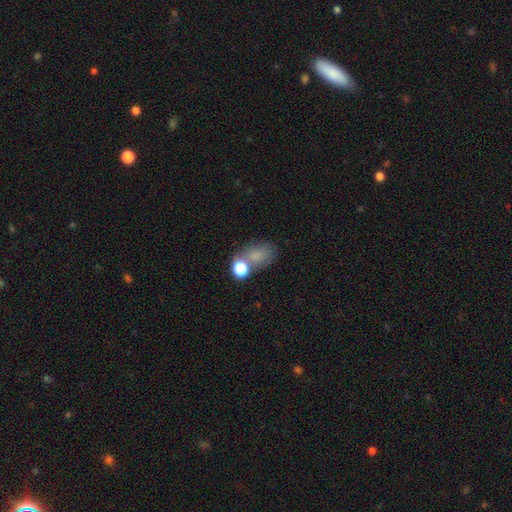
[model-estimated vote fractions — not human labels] A smooth galaxy with no disk features (74%) that is in between round and cigar-shaped (68%). Merging: none (44%).